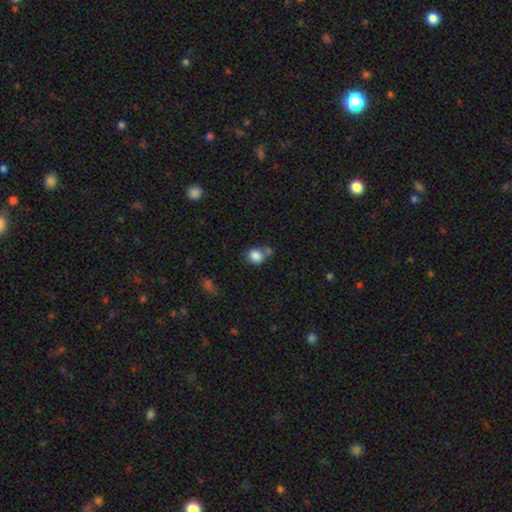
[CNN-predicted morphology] This is clearly a smooth galaxy (85%). How rounded: likely round (75%). Merging: possibly none (48%).